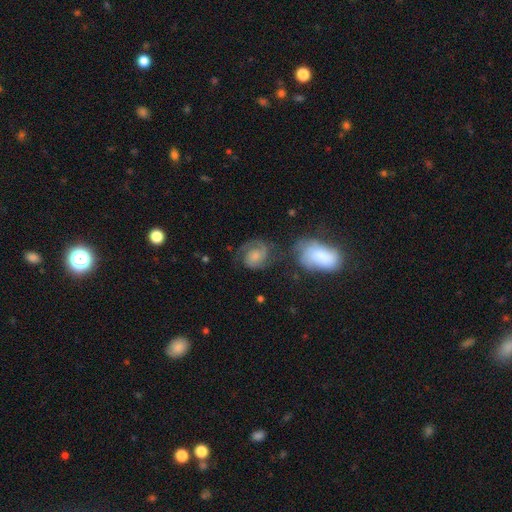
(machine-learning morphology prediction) Overall: featured or disk (70%). Edge-on disk: no (98%). Bar: no (62%; weak 32%). Spiral arms: yes (94%). Spiral arm count: 2 (77%). Spiral winding: medium (48%; tight 36%). Bulge size: small (33%, tied with moderate). Merging: none (55%; minor disturbance 20%).